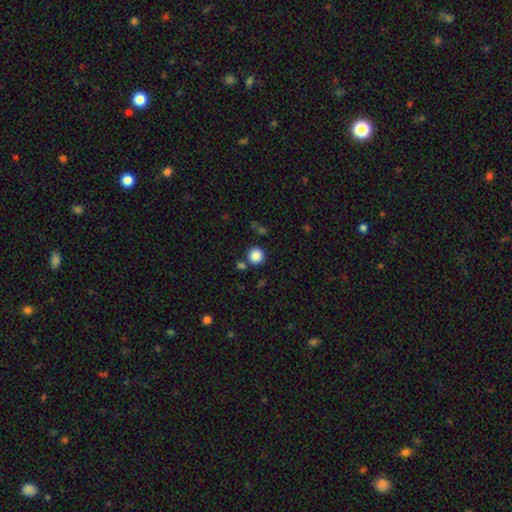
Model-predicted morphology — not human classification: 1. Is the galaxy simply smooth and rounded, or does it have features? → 86% smooth, 10% star or artifact, 3% featured or disk.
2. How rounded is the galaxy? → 93% round, 6% in between, 1% cigar-shaped.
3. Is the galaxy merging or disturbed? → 81% none, 9% merger, 7% minor disturbance, 3% major disturbance.